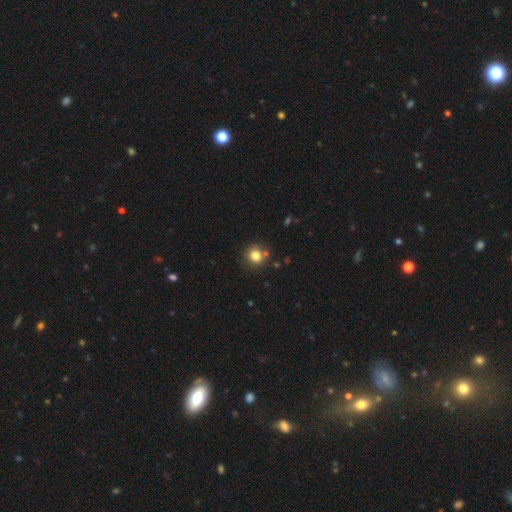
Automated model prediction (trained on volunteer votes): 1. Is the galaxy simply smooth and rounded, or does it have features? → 81% smooth, 12% star or artifact, 6% featured or disk.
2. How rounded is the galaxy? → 90% round, 9% in between, 1% cigar-shaped.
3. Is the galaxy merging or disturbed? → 80% none, 10% minor disturbance, 8% merger, 3% major disturbance.